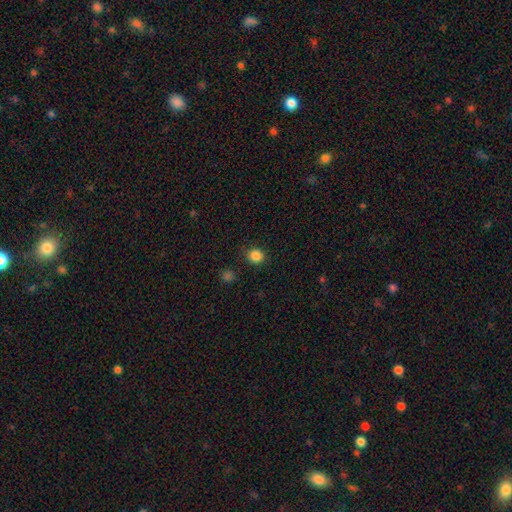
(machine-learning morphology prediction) Smooth or featured? Predicted: smooth (p=0.85). How rounded? Predicted: round (p=0.85). Merging? Predicted: none (p=0.88).